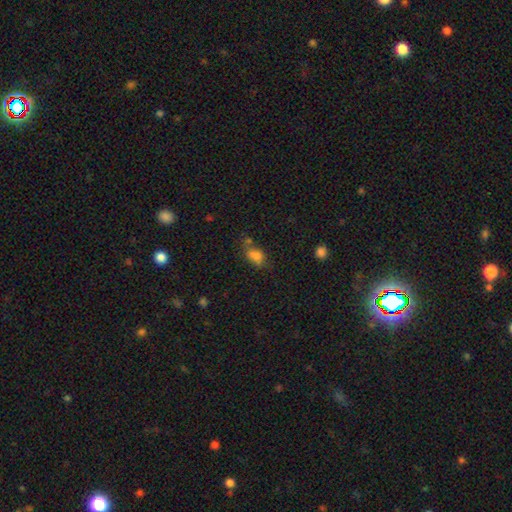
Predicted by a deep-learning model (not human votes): A smooth galaxy with no disk features (75%) that is in between round and cigar-shaped (79%). Merging: none (47%).